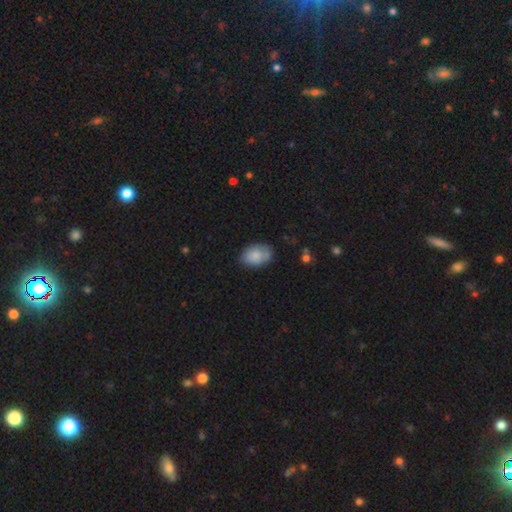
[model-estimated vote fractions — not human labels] smooth-or-featured: smooth: 81% | featured or disk: 12% | star or artifact: 7%
  how-rounded: in between: 86% | round: 12% | cigar-shaped: 1%
  merging: none: 71% | minor disturbance: 22% | major disturbance: 5% | merger: 3%